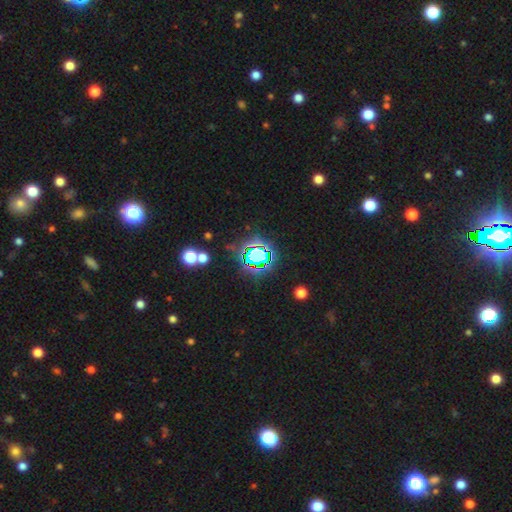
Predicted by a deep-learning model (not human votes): smooth-or-featured: star or artifact: 66% | smooth: 21% | featured or disk: 13%